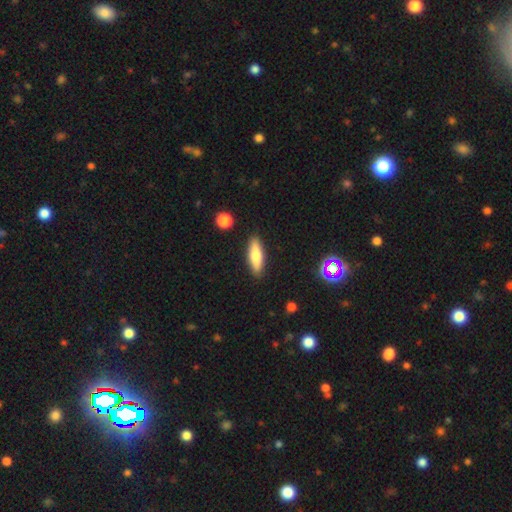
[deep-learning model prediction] This is likely a smooth galaxy (69%). How rounded: possibly cigar-shaped (55%). Merging: clearly none (89%).